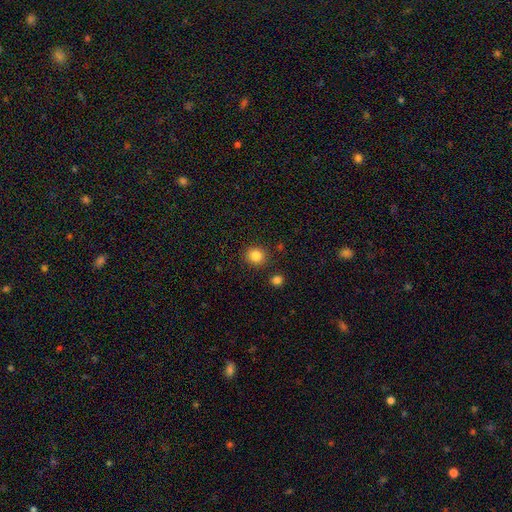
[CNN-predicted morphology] Smooth or featured: smooth — 85% (star or artifact — 11%)
How rounded: round — 86% (in between — 13%)
Merging: none — 88% (minor disturbance — 7%)